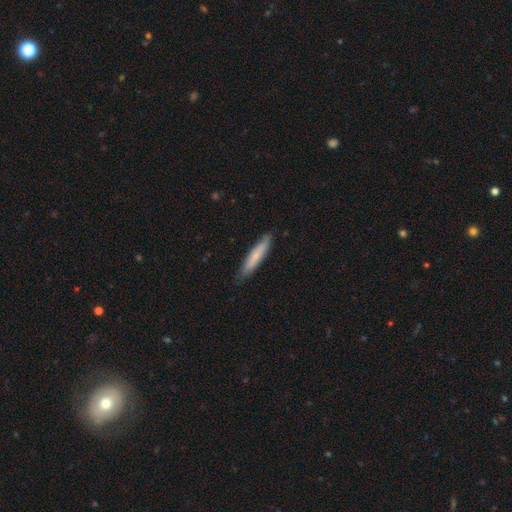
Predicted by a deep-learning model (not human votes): This appears to be a smooth galaxy with no disk features (66%) that is cigar-shaped (90%). Merging: none (84%).